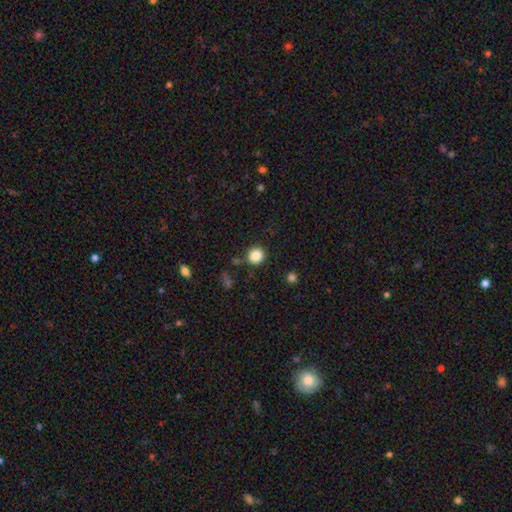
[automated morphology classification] smooth 86%, star or artifact 10%, featured or disk 4%. Down the decision tree: how rounded — round (89%); merging — none (86%).